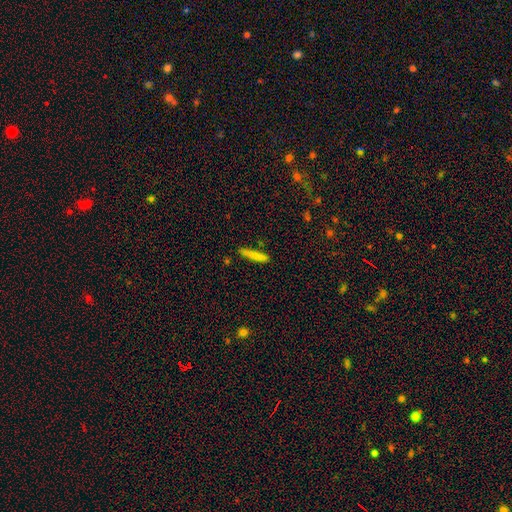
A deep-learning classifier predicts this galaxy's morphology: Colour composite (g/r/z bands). It shows a smooth galaxy with no disk features (80%) that is cigar-shaped (92%). Merging: none (82%).